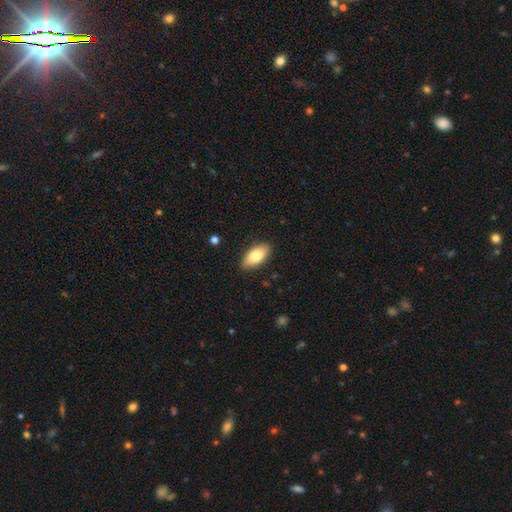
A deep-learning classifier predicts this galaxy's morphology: Smooth or featured? Predicted: smooth (p=0.79). How rounded? Predicted: in between (p=0.90). Merging? Predicted: none (p=0.88).